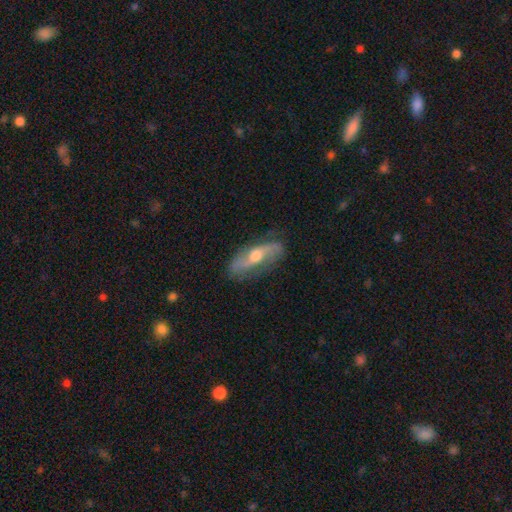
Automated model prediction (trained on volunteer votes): This appears to be a featured or disk galaxy (76%) with no bar (42%), 2 (88%) loose (62%) spiral arms (87%) and a moderate central bulge (72%). Merging: none (75%).